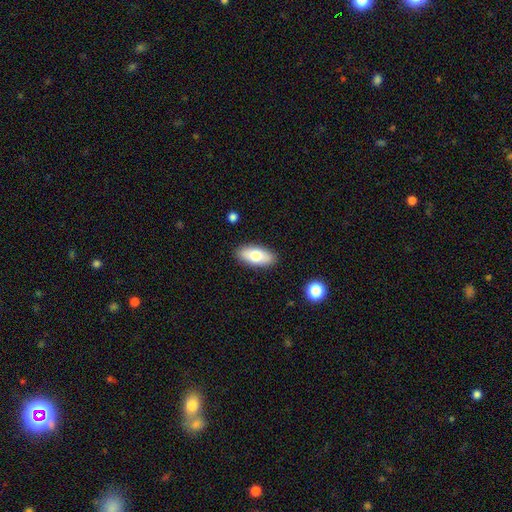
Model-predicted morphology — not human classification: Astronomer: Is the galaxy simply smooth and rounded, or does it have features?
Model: smooth — 75%.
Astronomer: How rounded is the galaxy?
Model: in between — 88%.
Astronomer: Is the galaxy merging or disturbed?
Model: none — 88%.